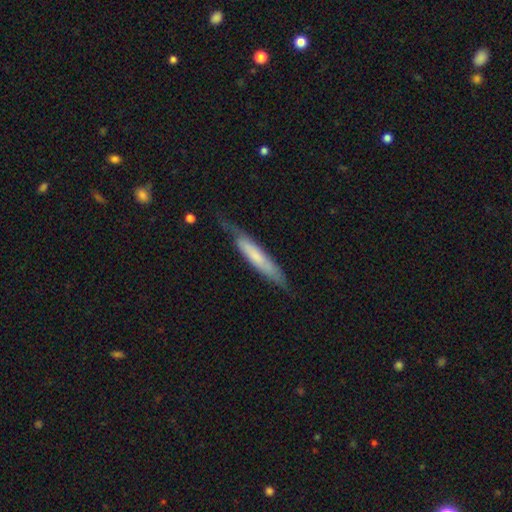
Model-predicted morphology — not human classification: This is possibly a smooth galaxy (57%). How rounded: clearly cigar-shaped (90%). Merging: likely none (62%).